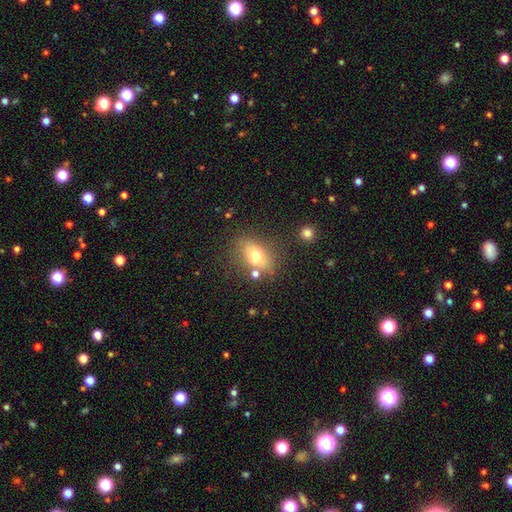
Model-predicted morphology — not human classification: This appears to be a smooth galaxy with no disk features (64%) that is in between round and cigar-shaped (76%). Merging: none (66%).